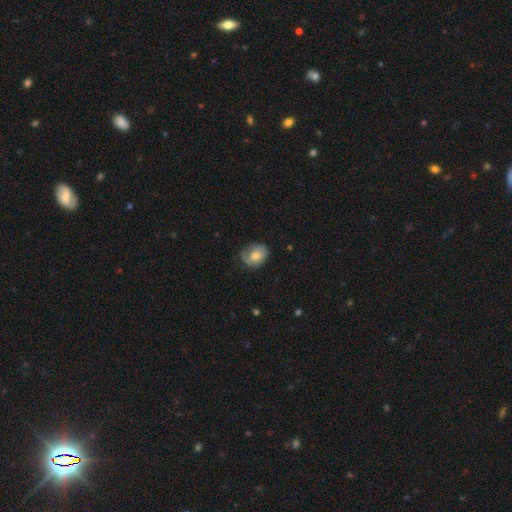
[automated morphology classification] smooth-or-featured: smooth: 58% | featured or disk: 34% | star or artifact: 7%
  how-rounded: round: 51% | in between: 48% | cigar-shaped: 1%
  merging: none: 54% | minor disturbance: 30% | major disturbance: 14% | merger: 2%